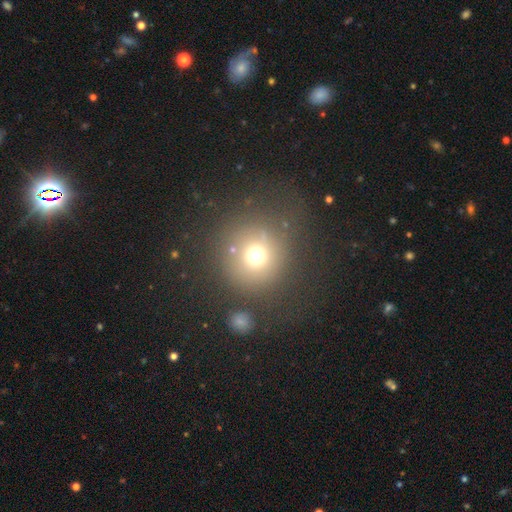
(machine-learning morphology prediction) Overall: smooth (69%). How rounded: round (93%). Merging: none (76%).